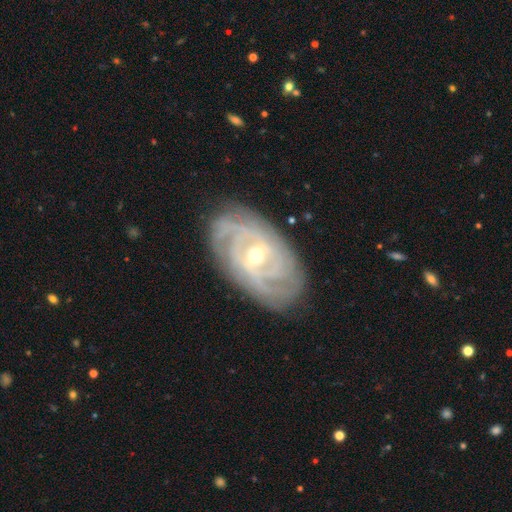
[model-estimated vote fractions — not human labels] The model was most divided on "bulge size": small: 49%, moderate: 48%, large: 1%, none: 1%, dominant: 1%. Remaining: spiral arms — yes (97%); edge-on disk — no (95%); smooth or featured — featured or disk (89%); merging — none (82%); spiral winding — tight (75%); bar — weak (46%); spiral arm count — can't tell (26%).